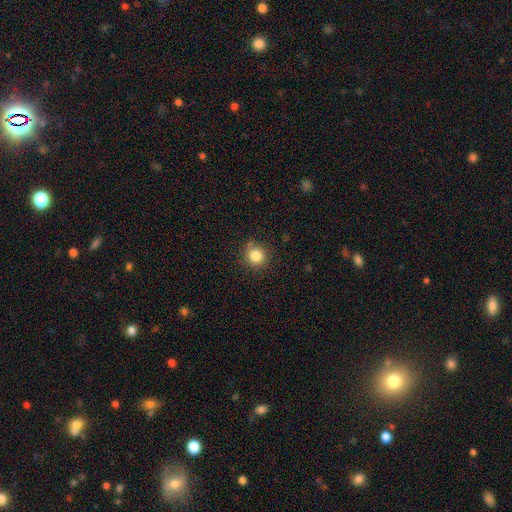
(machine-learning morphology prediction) smooth_or_featured: smooth (p=0.83) [alt: star or artifact p=0.11]
how_rounded: round (p=0.88) [alt: in between p=0.11]
merging: none (p=0.82) [alt: minor disturbance p=0.13]